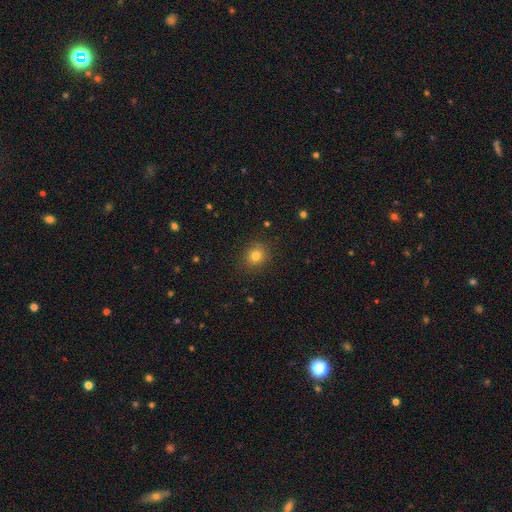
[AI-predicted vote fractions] Q: Smooth or featured?
A: smooth (80%); runner-up: star or artifact (13%)
Q: How rounded?
A: round (79%); runner-up: in between (20%)
Q: Merging?
A: none (87%); runner-up: minor disturbance (9%)